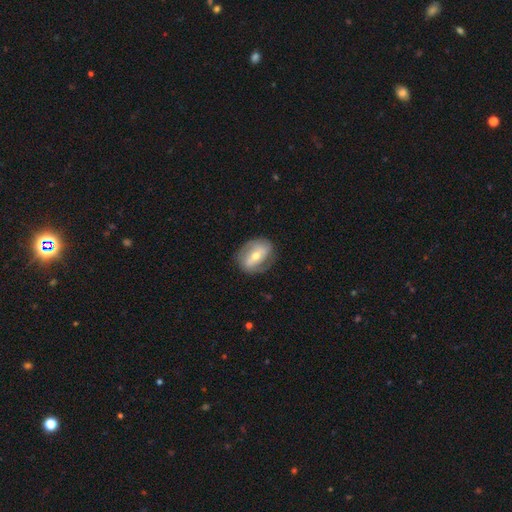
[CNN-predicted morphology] Q: Smooth or featured?
A: featured or disk (67%); runner-up: smooth (27%)
Q: Edge-on disk?
A: no (94%); runner-up: yes (6%)
Q: Bar?
A: strong (42%); runner-up: weak (34%)
Q: Spiral arms?
A: yes (73%); runner-up: no (27%)
Q: Bulge size?
A: moderate (65%); runner-up: small (28%)
Q: Merging?
A: none (76%); runner-up: minor disturbance (16%)